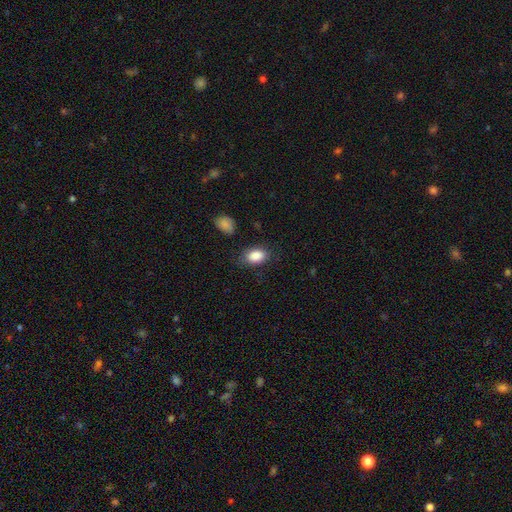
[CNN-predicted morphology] Smooth or featured?
  - smooth: 88% *
  - star or artifact: 7%
  - featured or disk: 5%
How rounded?
  - in between: 87% *
  - round: 12%
  - cigar-shaped: 1%
Merging?
  - none: 78% *
  - minor disturbance: 16%
  - major disturbance: 4%
  - merger: 2%